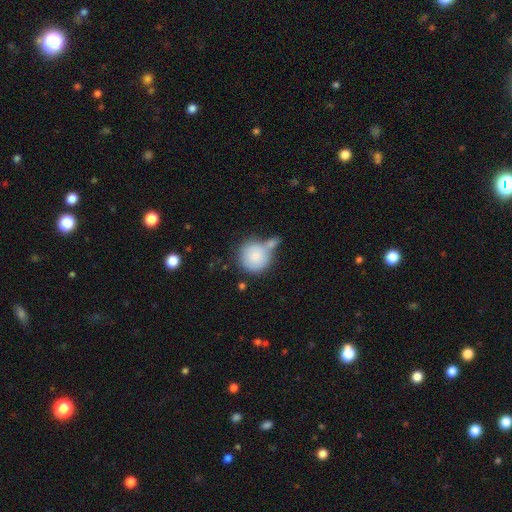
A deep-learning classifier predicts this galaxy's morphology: A smooth galaxy with no disk features (83%) that is round (92%).

Vote fractions:
- Smooth or featured? smooth: 83% / featured or disk: 10% / star or artifact: 7%
- How rounded? round: 92% / in between: 7% / cigar-shaped: 1%
- Merging? none: 44% / merger: 33% / minor disturbance: 16% / major disturbance: 7%